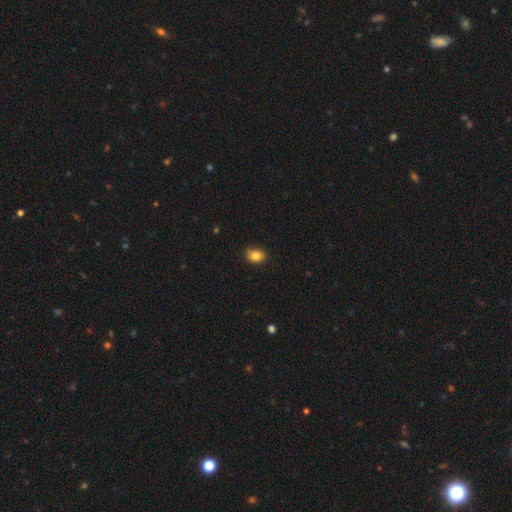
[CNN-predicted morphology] type=smooth (84%); roundness=in between (65%); merging=none (81%).